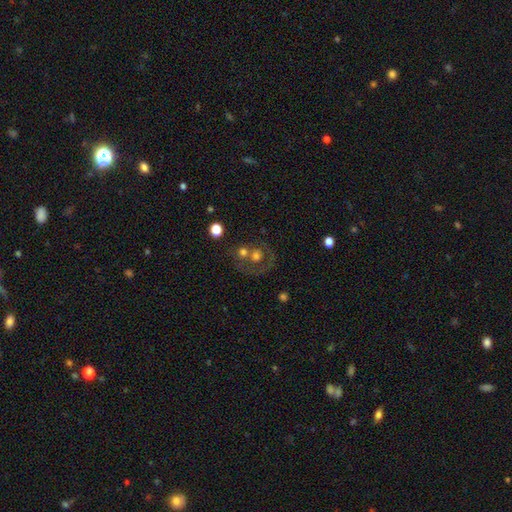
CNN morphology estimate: smooth_or_featured: smooth (p=0.47) [alt: featured or disk p=0.40]
merging: none (p=0.41) [alt: merger p=0.38]